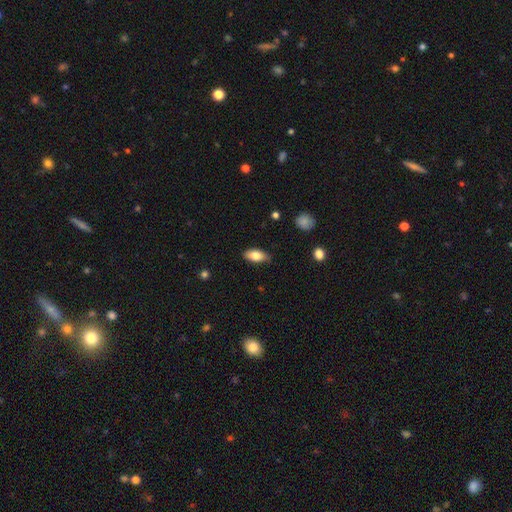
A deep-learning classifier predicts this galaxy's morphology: This is likely a smooth galaxy (79%). How rounded: clearly in between (89%). Merging: clearly none (80%).